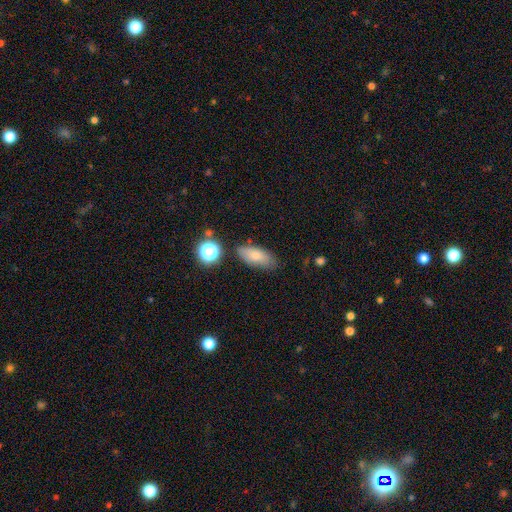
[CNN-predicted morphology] smooth_or_featured: smooth (p=0.76) [alt: featured or disk p=0.14]
how_rounded: in between (p=0.82) [alt: cigar-shaped p=0.13]
merging: none (p=0.73) [alt: minor disturbance p=0.18]